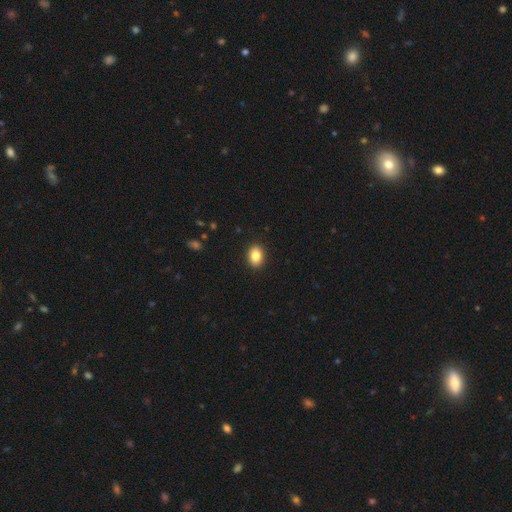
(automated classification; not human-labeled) Smooth or featured? smooth (87%)
How rounded? in between (76%)
Merging? none (91%)